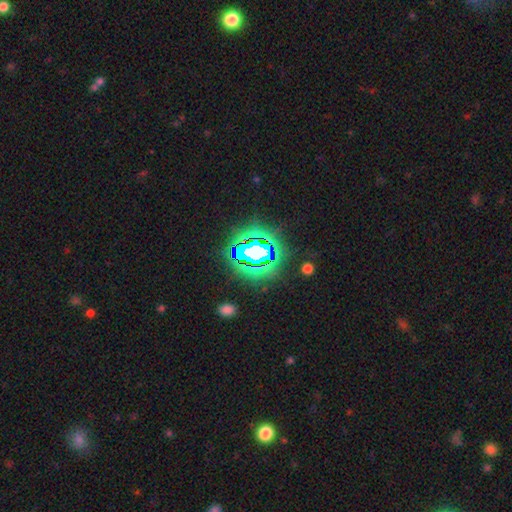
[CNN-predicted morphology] This is likely a star or artifact rather than a galaxy (71%).